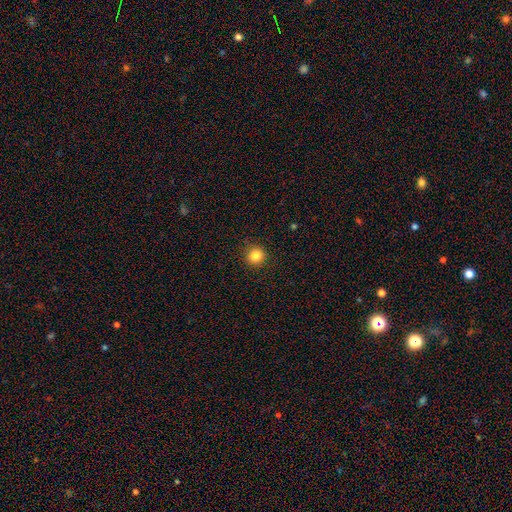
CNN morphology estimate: Overall: smooth (84%). How rounded: round (90%). Merging: none (90%).